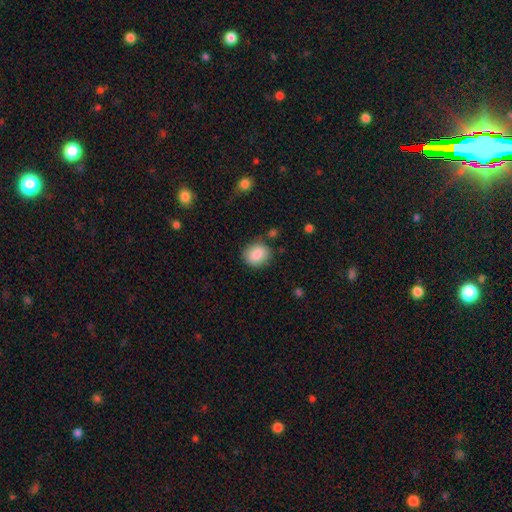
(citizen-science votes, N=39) Smooth or featured?
  - smooth: 87% *
  - featured or disk: 8%
  - star or artifact: 5%
How rounded?
  - round: 88% *
  - in between: 12%
  - cigar-shaped: 0%
Merging?
  - none: 86% *
  - minor disturbance: 14%
  - major disturbance: 0%
  - merger: 0%